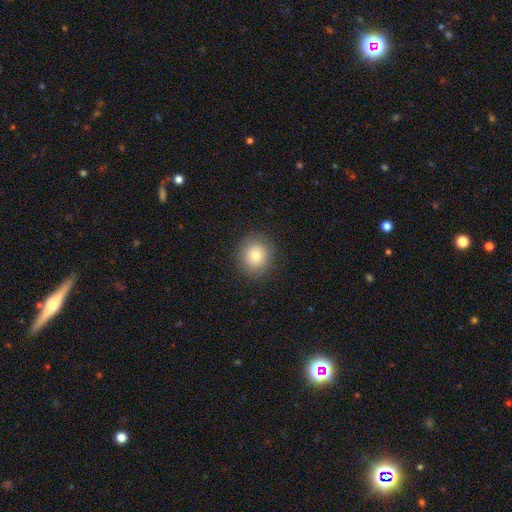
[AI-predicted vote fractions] The model was most divided on "smooth or featured": smooth: 79%, star or artifact: 11%, featured or disk: 10%. More confident: merging — none (89%); how rounded — round (86%).